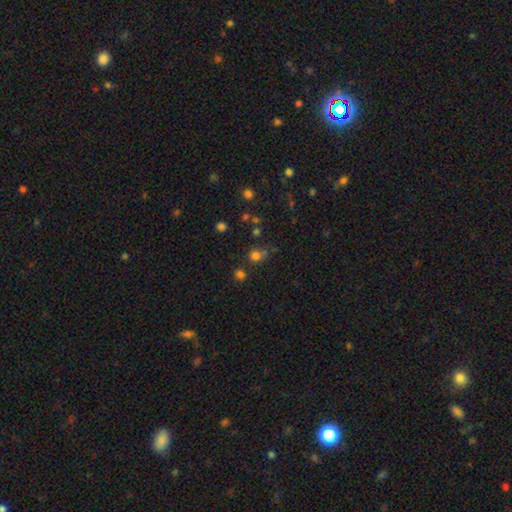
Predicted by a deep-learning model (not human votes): Morphology: type=smooth (71%); roundness=round (76%); merging=none (58%).